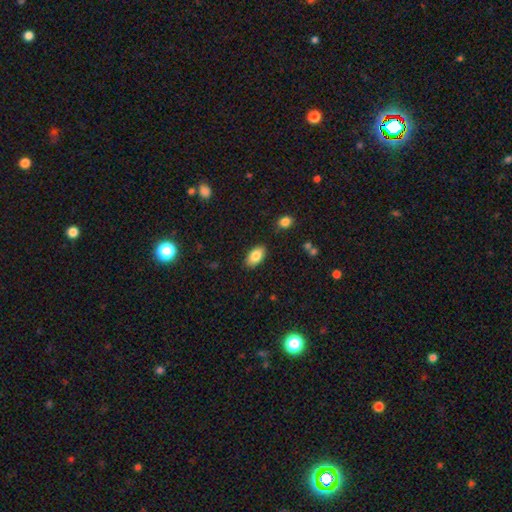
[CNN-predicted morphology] A smooth galaxy with no disk features (84%) that is in between round and cigar-shaped (94%). Merging: none (87%).